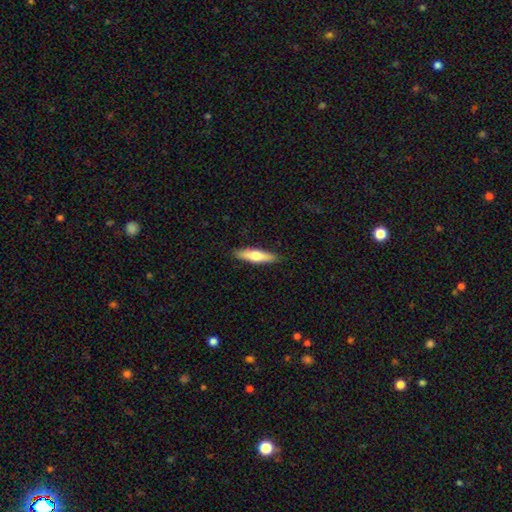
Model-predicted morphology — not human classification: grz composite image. It shows a smooth galaxy with no disk features (57%) that is cigar-shaped (72%). Merging: none (89%).